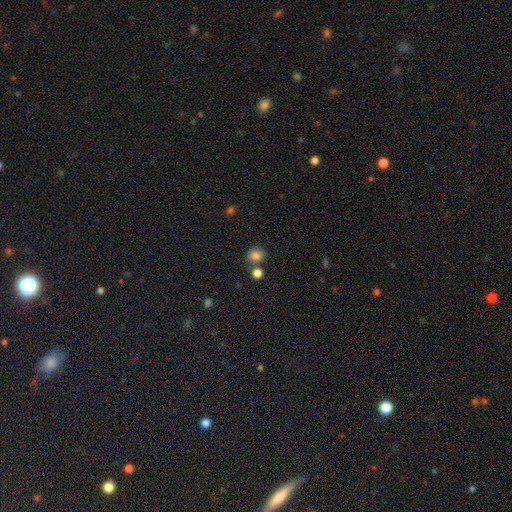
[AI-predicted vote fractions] Overall: smooth (82%). How rounded: round (77%). Merging: none (68%).